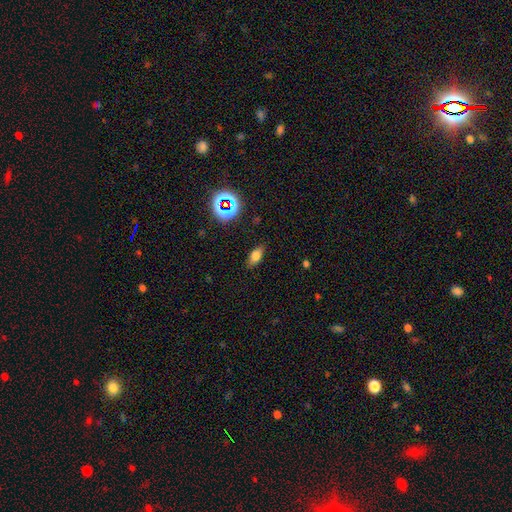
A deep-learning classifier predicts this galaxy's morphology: Smooth or featured? smooth (71%)
How rounded? in between (78%)
Merging? none (85%)